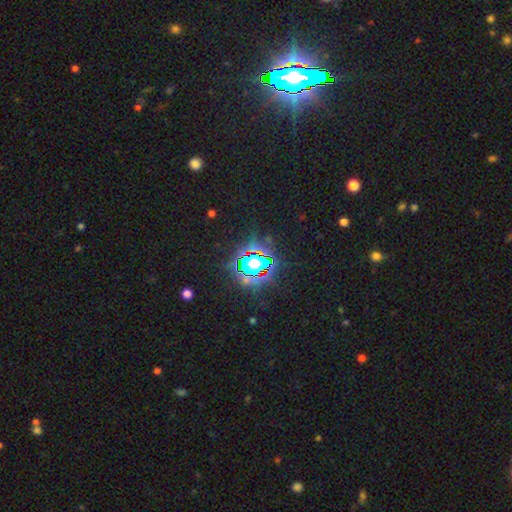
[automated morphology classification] Q: Smooth or featured?
A: star or artifact (85%); runner-up: smooth (8%)